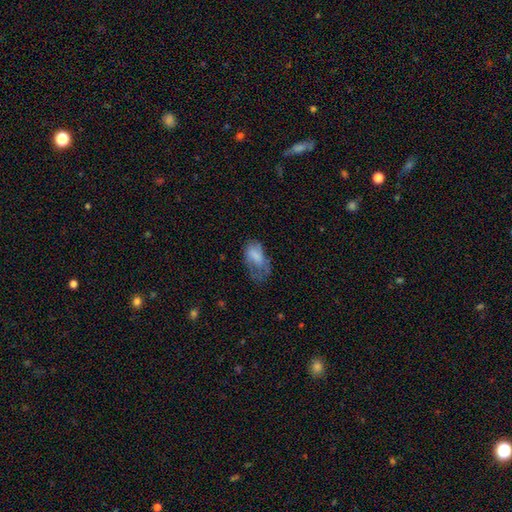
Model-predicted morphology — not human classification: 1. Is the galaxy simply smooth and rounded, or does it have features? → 66% smooth, 25% featured or disk, 9% star or artifact.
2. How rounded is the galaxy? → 91% in between, 7% round, 3% cigar-shaped.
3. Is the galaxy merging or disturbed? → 42% major disturbance, 31% minor disturbance, 25% none, 3% merger.